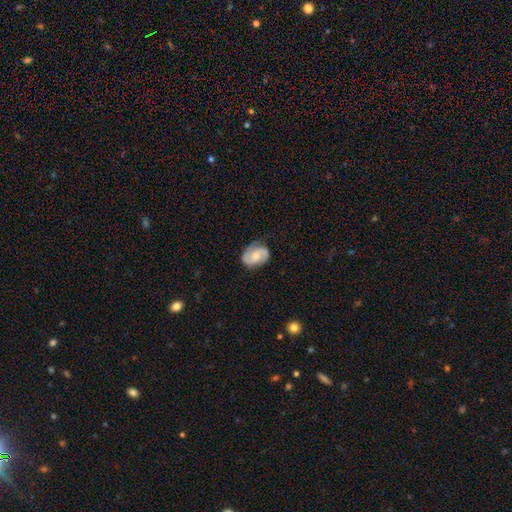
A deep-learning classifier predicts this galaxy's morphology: A featured or disk galaxy (64%) with no bar (56%), 2 (83%) medium (46%) spiral arms (93%) and a moderate central bulge (46%).

Vote fractions:
- Smooth or featured? featured or disk: 64% / smooth: 29% / star or artifact: 7%
- Edge-on disk? no: 97% / yes: 3%
- Bar? no: 56% / weak: 37% / strong: 7%
- Spiral arms? yes: 93% / no: 7%
- Spiral winding? medium: 46% / tight: 29% / loose: 25%
- Spiral arm count? 2: 83% / can't tell: 8% / 1: 4% / 3: 3% / 4: 1% / more than 4: 1%
- Bulge size? moderate: 46% / small: 34% / none: 12% / large: 7% / dominant: 1%
- Merging? none: 69% / minor disturbance: 22% / major disturbance: 7% / merger: 1%